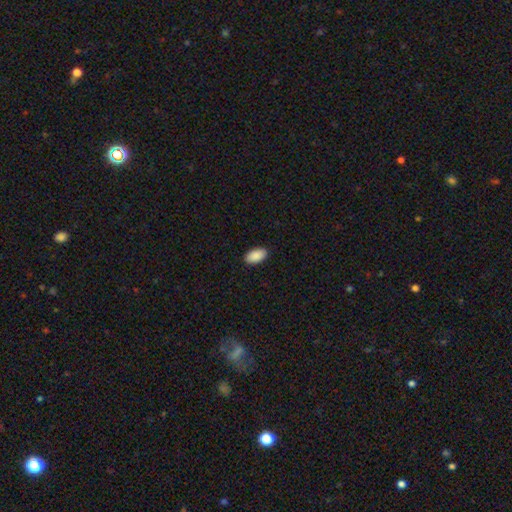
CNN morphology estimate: Overall: smooth (90%). How rounded: in between (95%). Merging: none (90%).